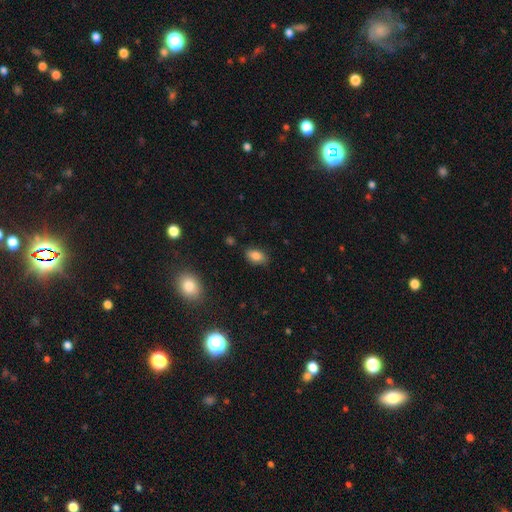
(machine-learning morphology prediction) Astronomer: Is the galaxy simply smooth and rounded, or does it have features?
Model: smooth — 83%.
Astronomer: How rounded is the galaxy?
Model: in between — 90%.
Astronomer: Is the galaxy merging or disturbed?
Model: none — 81%.